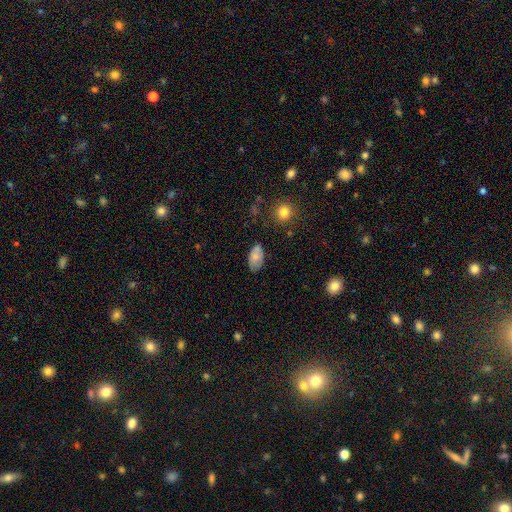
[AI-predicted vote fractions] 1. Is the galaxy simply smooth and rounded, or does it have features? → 73% smooth, 19% featured or disk, 8% star or artifact.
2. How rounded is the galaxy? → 93% in between, 5% round, 2% cigar-shaped.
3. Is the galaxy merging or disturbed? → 70% none, 23% minor disturbance, 5% major disturbance, 3% merger.